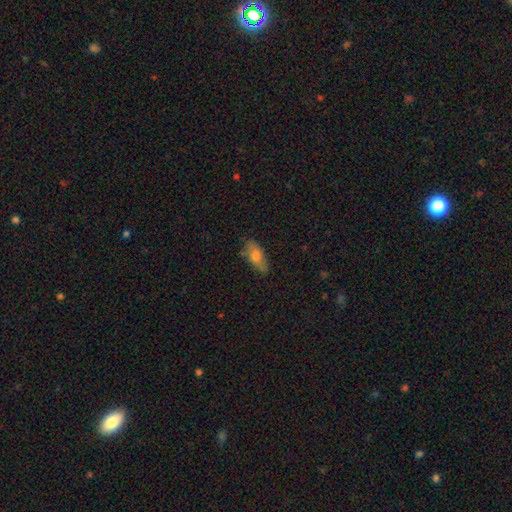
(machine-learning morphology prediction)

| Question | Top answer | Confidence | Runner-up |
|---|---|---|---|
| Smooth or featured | smooth | 69% | featured or disk (23%) |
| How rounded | in between | 77% | cigar-shaped (20%) |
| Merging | none | 77% | minor disturbance (18%) |